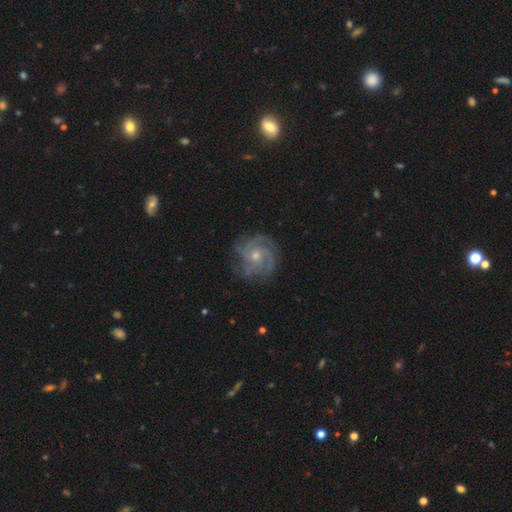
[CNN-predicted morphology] This appears to be a featured or disk galaxy (84%) with no bar (72%), 3 (34%) tight (61%) spiral arms (97%) and a small central bulge (52%). Merging: none (79%).